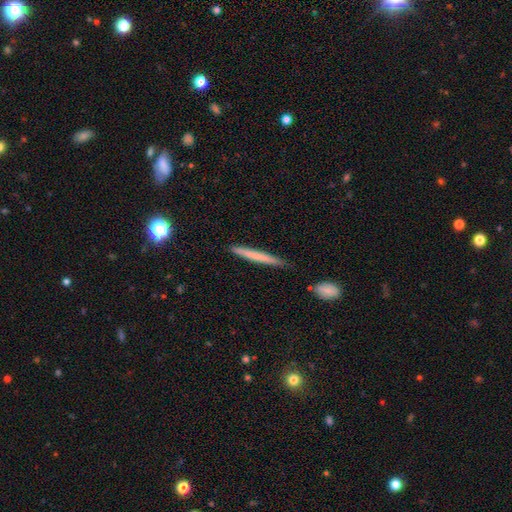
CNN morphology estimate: type=smooth (61%); roundness=cigar-shaped (97%); merging=none (85%).